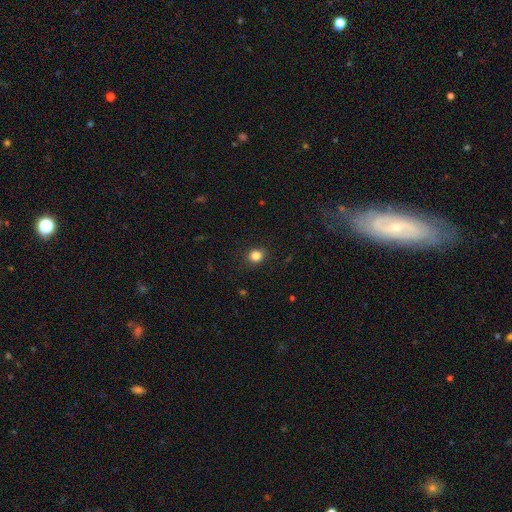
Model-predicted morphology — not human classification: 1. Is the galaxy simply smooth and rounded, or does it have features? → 84% smooth, 11% star or artifact, 4% featured or disk.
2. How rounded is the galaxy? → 78% round, 21% in between, 1% cigar-shaped.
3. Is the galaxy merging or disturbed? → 89% none, 8% minor disturbance, 2% major disturbance, 1% merger.